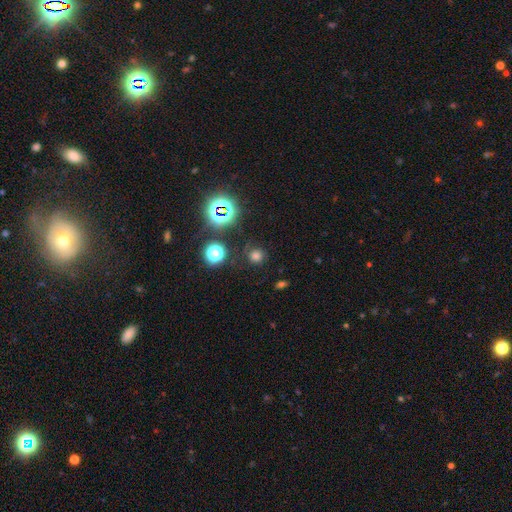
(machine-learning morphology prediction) The model was most divided on "smooth or featured": smooth: 63%, star or artifact: 30%, featured or disk: 7%. More confident: how rounded — round (91%); merging — none (80%).